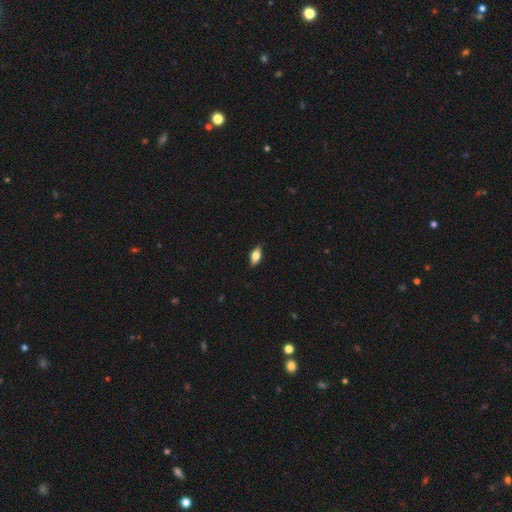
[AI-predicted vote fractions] A smooth galaxy with no disk features (69%) that is in between round and cigar-shaped (85%). Merging: none (86%).